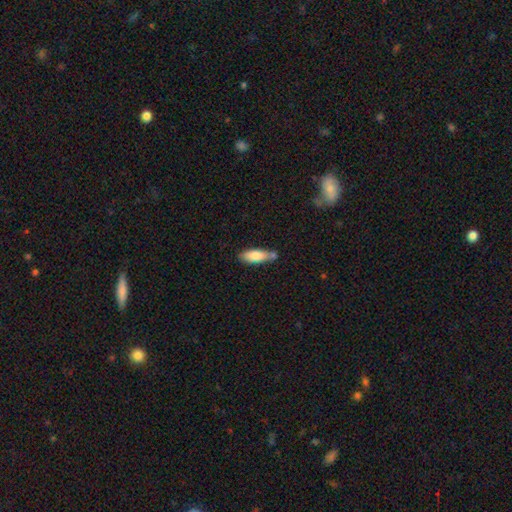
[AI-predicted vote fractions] smooth-or-featured: smooth: 79% | featured or disk: 14% | star or artifact: 7%
  how-rounded: in between: 59% | cigar-shaped: 39% | round: 2%
  merging: none: 54% | minor disturbance: 22% | merger: 18% | major disturbance: 5%